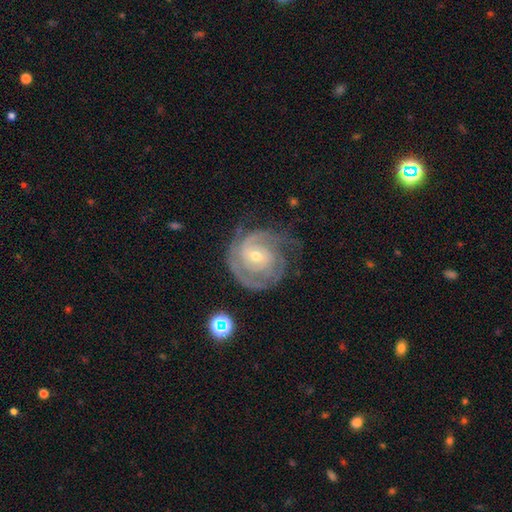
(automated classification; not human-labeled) Smooth or featured? featured or disk (85%)
Edge-on disk? no (97%)
Bar? no (65%)
Spiral arms? yes (95%)
Spiral winding? tight (71%)
Spiral arm count? 2 (32%)
Bulge size? small (57%)
Merging? none (64%)